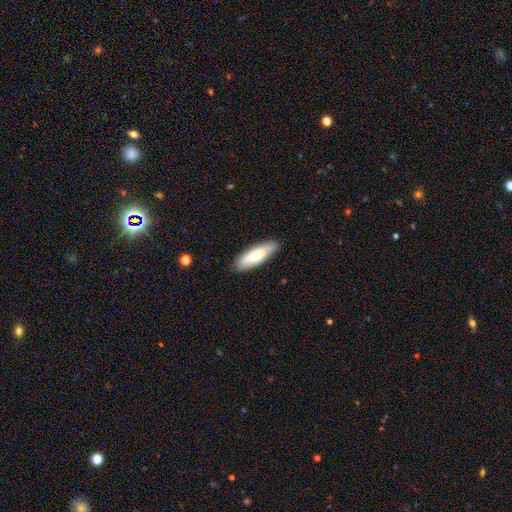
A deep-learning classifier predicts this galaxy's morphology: smooth-or-featured: smooth: 75% | featured or disk: 19% | star or artifact: 5%
  how-rounded: in between: 51% | cigar-shaped: 48% | round: 2%
  merging: none: 86% | minor disturbance: 11% | major disturbance: 2% | merger: 1%